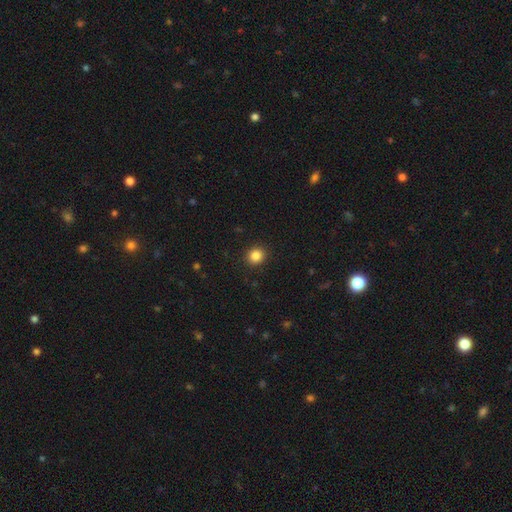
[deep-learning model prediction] A smooth galaxy with no disk features (85%) that is round (84%). Merging: none (92%).